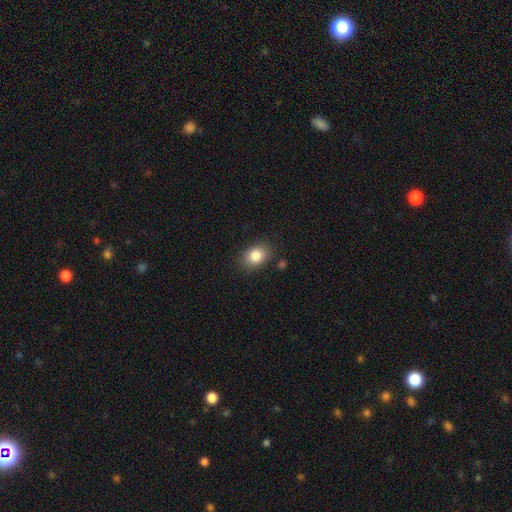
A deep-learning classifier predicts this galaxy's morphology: Smooth or featured?
  - smooth: 85% *
  - star or artifact: 9%
  - featured or disk: 6%
How rounded?
  - in between: 65% *
  - round: 33%
  - cigar-shaped: 1%
Merging?
  - none: 82% *
  - minor disturbance: 12%
  - major disturbance: 3%
  - merger: 3%